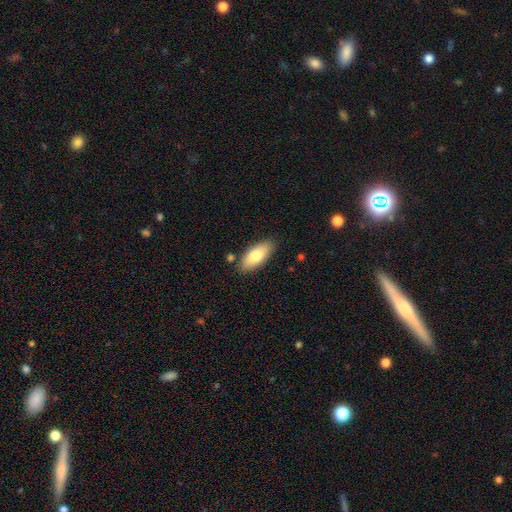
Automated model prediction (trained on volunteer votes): The model was most divided on "smooth or featured": smooth: 78%, featured or disk: 15%, star or artifact: 6%. More confident: how rounded — in between (87%); merging — none (83%).